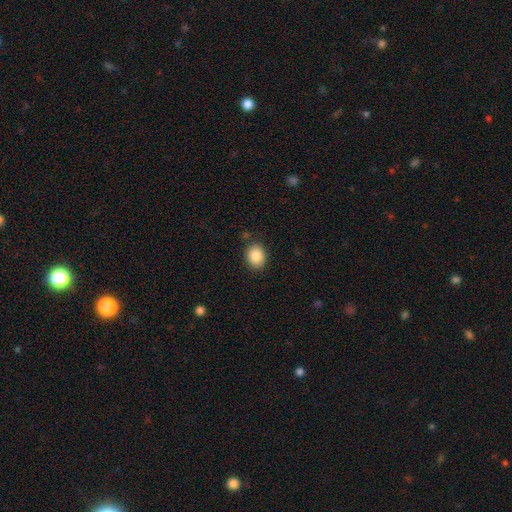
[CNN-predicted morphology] A smooth galaxy with no disk features (87%) that is in between round and cigar-shaped (52%).

Vote fractions:
- Smooth or featured? smooth: 87% / star or artifact: 8% / featured or disk: 5%
- How rounded? in between: 52% / round: 47% / cigar-shaped: 1%
- Merging? none: 85% / minor disturbance: 10% / major disturbance: 3% / merger: 2%